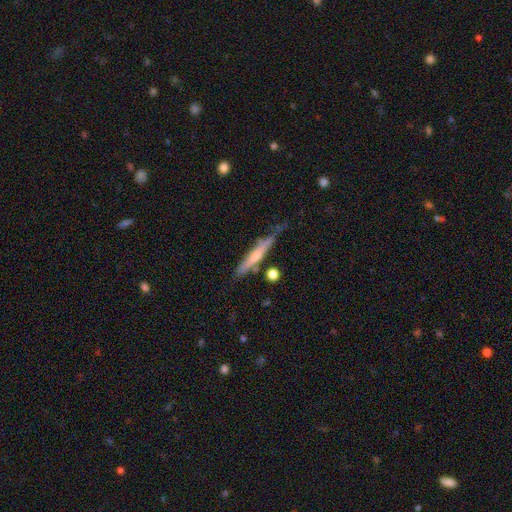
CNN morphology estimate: Q: Smooth or featured?
A: featured or disk (50%); runner-up: smooth (43%)
Q: Edge-on disk?
A: yes (90%); runner-up: no (10%)
Q: Merging?
A: none (64%); runner-up: minor disturbance (24%)